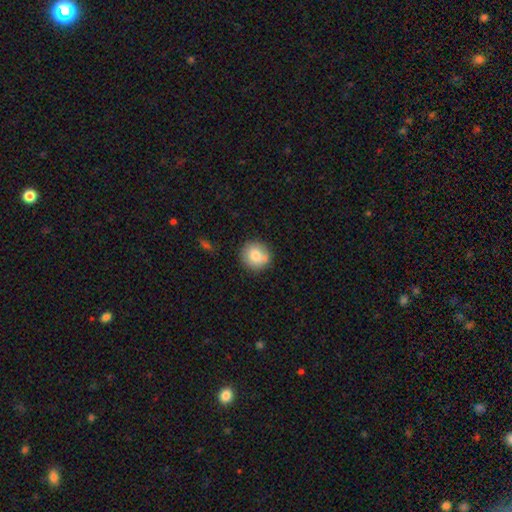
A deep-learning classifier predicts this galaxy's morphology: type=smooth (81%); roundness=round (88%); merging=none (80%).